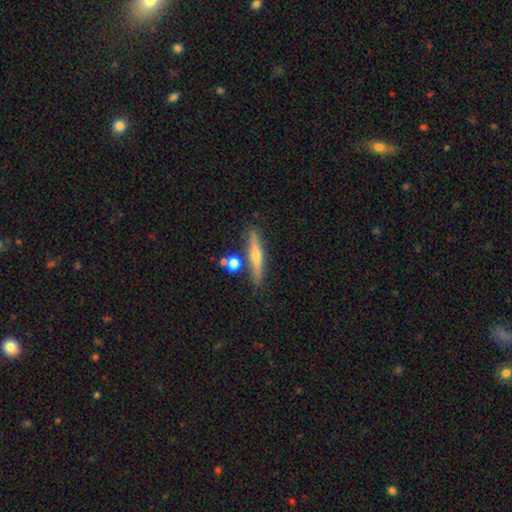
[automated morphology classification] This appears to be a featured or disk galaxy (60%) viewed edge-on (94%) with a rounded central bulge (87%). Merging: none (81%).